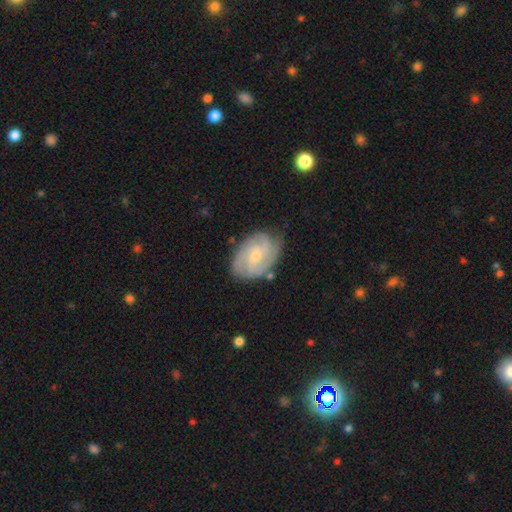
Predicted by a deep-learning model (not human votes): A featured or disk galaxy (83%) with no bar (59%), 3 (38%) tight (57%) spiral arms (96%) and a small central bulge (65%).

Vote fractions:
- Smooth or featured? featured or disk: 83% / smooth: 12% / star or artifact: 5%
- Edge-on disk? no: 97% / yes: 3%
- Bar? no: 59% / weak: 35% / strong: 6%
- Spiral arms? yes: 96% / no: 4%
- Spiral winding? tight: 57% / medium: 35% / loose: 8%
- Spiral arm count? 3: 38% / 4: 19% / can't tell: 19% / 2: 15% / more than 4: 5% / 1: 4%
- Bulge size? small: 65% / moderate: 32% / none: 1% / large: 1% / dominant: 1%
- Merging? none: 77% / minor disturbance: 17% / major disturbance: 4% / merger: 2%